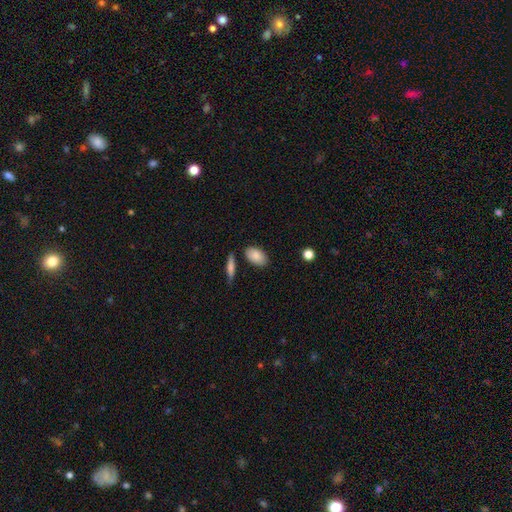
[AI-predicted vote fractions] This appears to be a smooth galaxy with no disk features (85%) that is in between round and cigar-shaped (91%). Merging: none (80%).